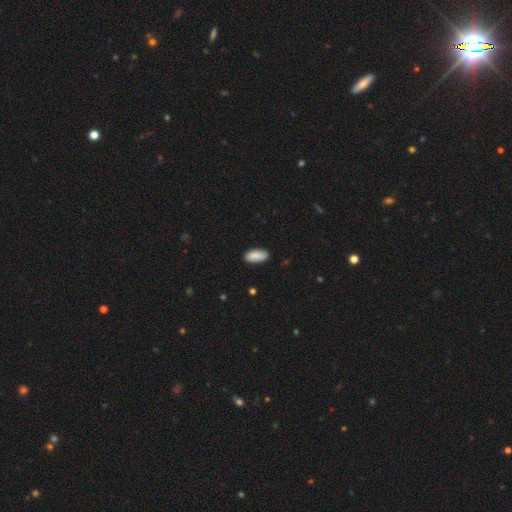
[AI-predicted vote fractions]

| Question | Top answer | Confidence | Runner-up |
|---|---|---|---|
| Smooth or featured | smooth | 89% | star or artifact (6%) |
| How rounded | in between | 88% | cigar-shaped (10%) |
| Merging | none | 86% | minor disturbance (11%) |